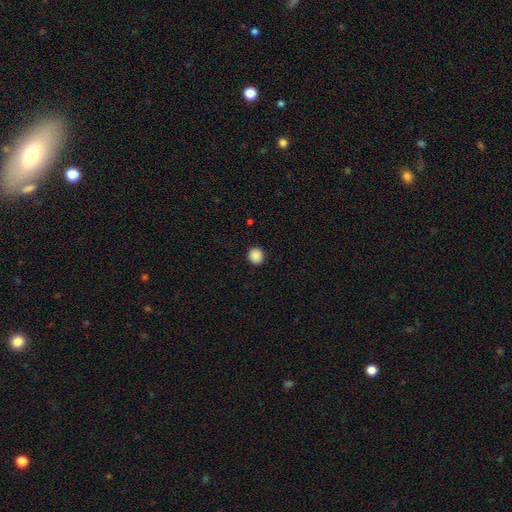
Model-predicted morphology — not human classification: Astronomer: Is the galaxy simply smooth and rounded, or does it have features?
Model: smooth — 89%.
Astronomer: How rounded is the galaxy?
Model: round — 90%.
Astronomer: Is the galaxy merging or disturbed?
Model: none — 93%.